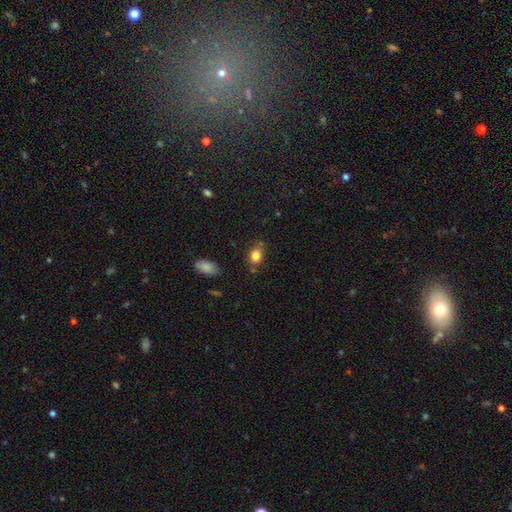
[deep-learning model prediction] Smooth or featured? smooth (83%)
How rounded? in between (62%)
Merging? none (71%)